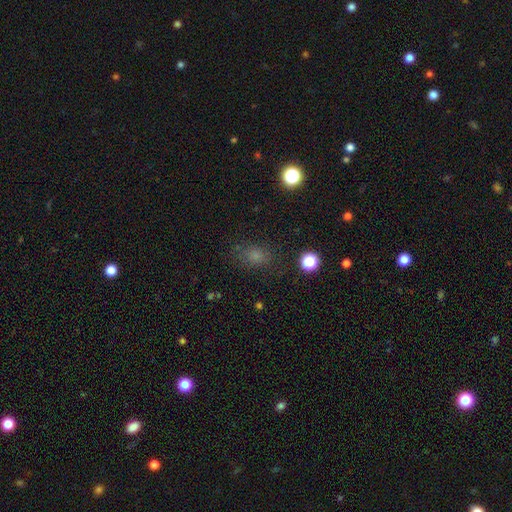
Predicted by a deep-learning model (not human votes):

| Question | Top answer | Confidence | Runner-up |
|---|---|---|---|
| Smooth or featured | smooth | 71% | star or artifact (21%) |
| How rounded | in between | 59% | round (39%) |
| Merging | none | 79% | minor disturbance (14%) |